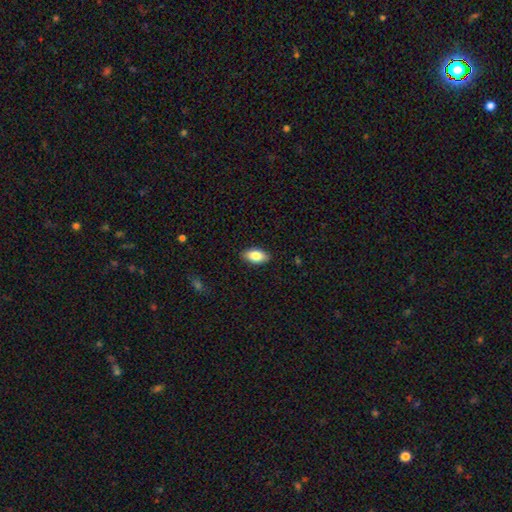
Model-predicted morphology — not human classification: smooth_or_featured: smooth (p=0.84) [alt: featured or disk p=0.09]
how_rounded: in between (p=0.93) [alt: cigar-shaped p=0.04]
merging: none (p=0.88) [alt: minor disturbance p=0.09]